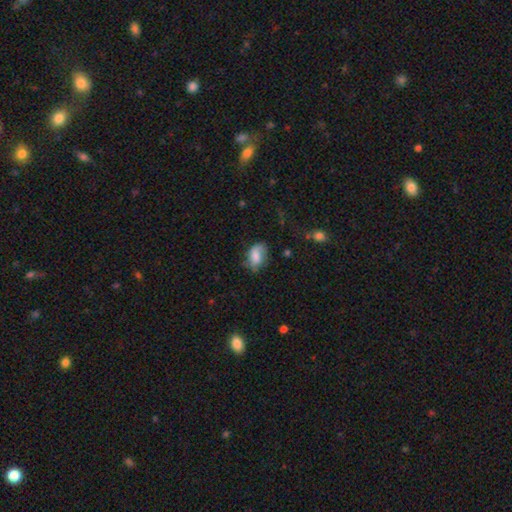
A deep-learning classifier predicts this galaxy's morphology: Smooth or featured?
  - smooth: 74% *
  - featured or disk: 18%
  - star or artifact: 8%
How rounded?
  - in between: 84% *
  - round: 15%
  - cigar-shaped: 2%
Merging?
  - none: 54% *
  - minor disturbance: 32%
  - major disturbance: 12%
  - merger: 2%